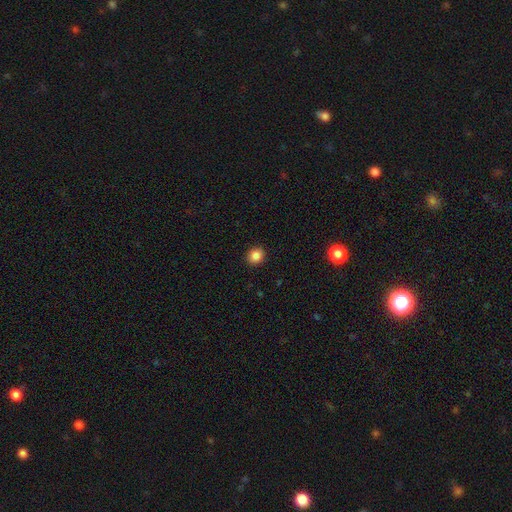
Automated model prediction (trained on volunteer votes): Smooth or featured?
  - smooth: 86% *
  - star or artifact: 10%
  - featured or disk: 4%
How rounded?
  - round: 82% *
  - in between: 18%
  - cigar-shaped: 1%
Merging?
  - none: 92% *
  - minor disturbance: 6%
  - major disturbance: 2%
  - merger: 1%